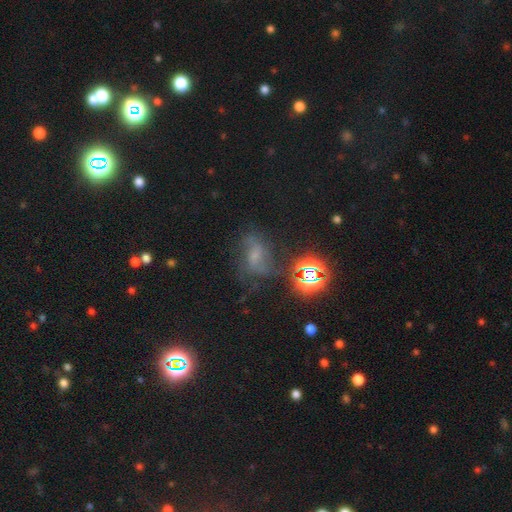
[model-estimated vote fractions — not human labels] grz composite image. It shows a featured or disk galaxy (44%). Merging: none (51%).